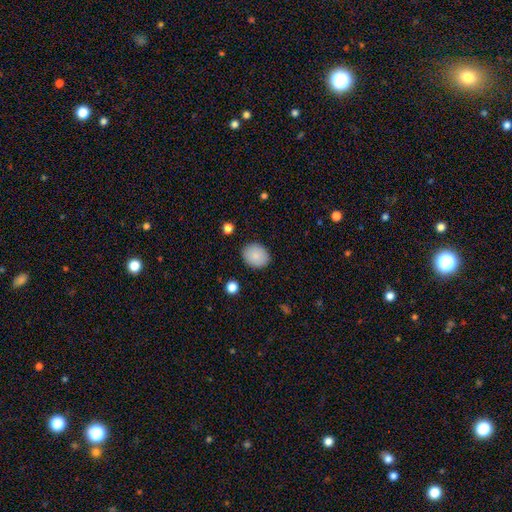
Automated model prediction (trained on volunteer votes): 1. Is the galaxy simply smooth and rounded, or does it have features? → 87% smooth, 8% star or artifact, 5% featured or disk.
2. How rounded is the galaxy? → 50% round, 49% in between, 1% cigar-shaped.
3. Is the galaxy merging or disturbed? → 88% none, 9% minor disturbance, 2% major disturbance, 1% merger.